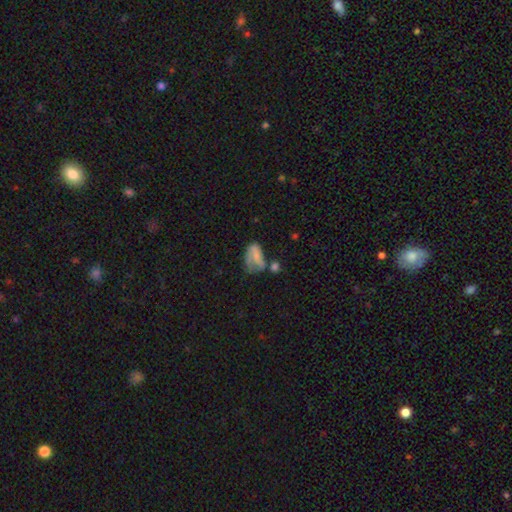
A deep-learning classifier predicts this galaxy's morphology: This appears to be a smooth galaxy with no disk features (59%) that is in between round and cigar-shaped (88%). Merging: major disturbance (30%).